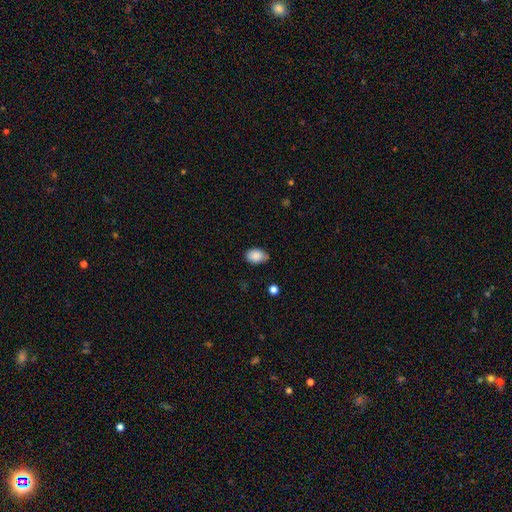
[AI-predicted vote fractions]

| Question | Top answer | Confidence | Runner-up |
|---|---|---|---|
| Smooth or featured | smooth | 87% | star or artifact (8%) |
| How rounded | in between | 86% | round (13%) |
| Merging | none | 73% | minor disturbance (22%) |